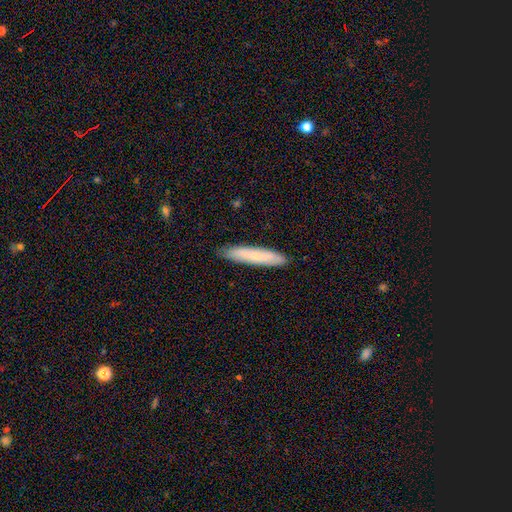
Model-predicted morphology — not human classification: The model was most divided on "smooth or featured": smooth: 71%, featured or disk: 23%, star or artifact: 6%. More confident: how rounded — cigar-shaped (91%); merging — none (89%).